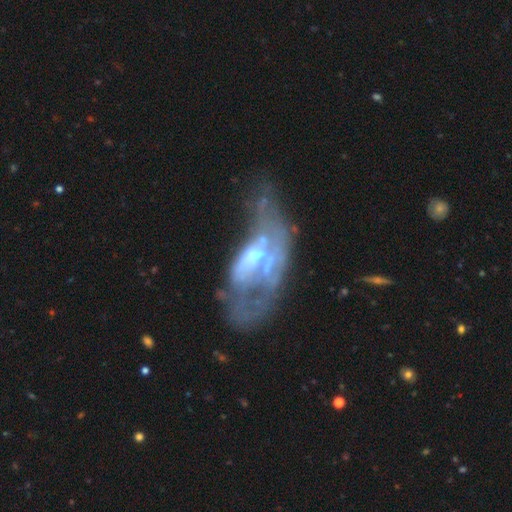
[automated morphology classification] type=featured or disk (69%); edge-on=no (92%); bar=no (69%); spiral arms=no (65%); bulge=moderate (50%); merging=major disturbance (46%).